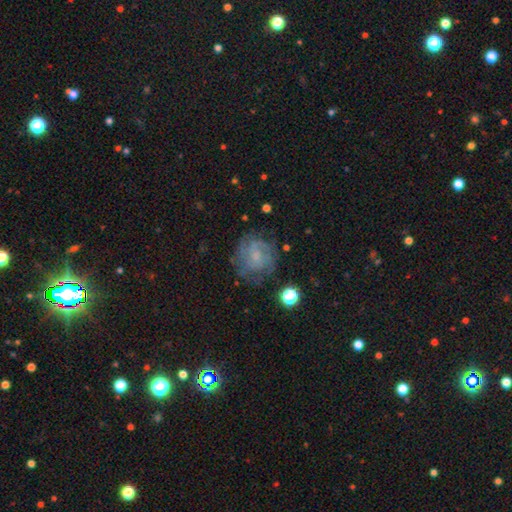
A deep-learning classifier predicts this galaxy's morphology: Overall: featured or disk (63%; smooth 26%). Edge-on disk: no (98%). Bar: no (66%; weak 30%). Spiral arms: yes (82%). Spiral arm count: can't tell (48%; 2 17%). Spiral winding: tight (55%; medium 33%). Bulge size: small (57%; moderate 22%). Merging: none (68%).